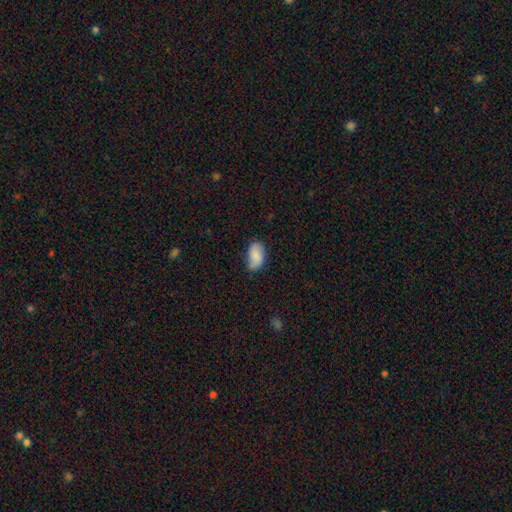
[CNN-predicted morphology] type=smooth (80%); roundness=in between (92%); merging=none (62%).